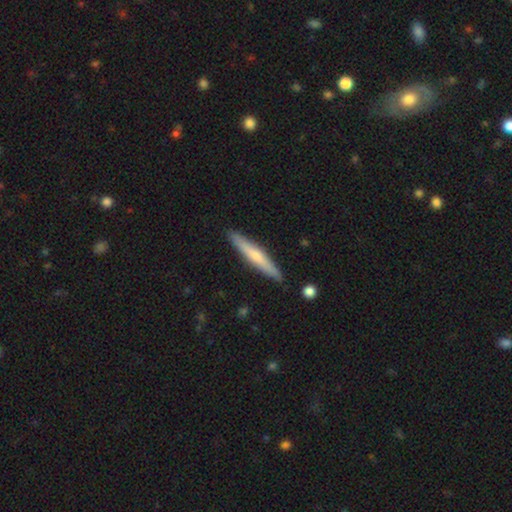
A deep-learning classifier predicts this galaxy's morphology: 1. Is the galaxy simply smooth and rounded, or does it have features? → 53% smooth, 41% featured or disk, 5% star or artifact.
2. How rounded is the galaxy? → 94% cigar-shaped, 5% in between, 1% round.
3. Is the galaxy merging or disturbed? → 90% none, 7% minor disturbance, 1% merger, 1% major disturbance.